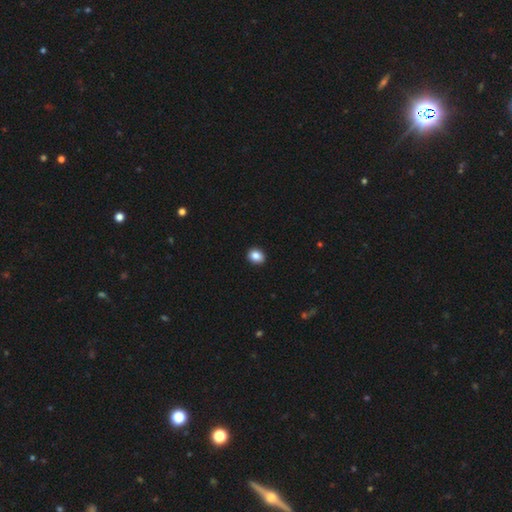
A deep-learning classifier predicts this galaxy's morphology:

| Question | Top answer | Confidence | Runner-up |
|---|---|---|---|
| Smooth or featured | smooth | 86% | star or artifact (9%) |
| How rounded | round | 59% | in between (40%) |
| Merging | none | 92% | minor disturbance (6%) |